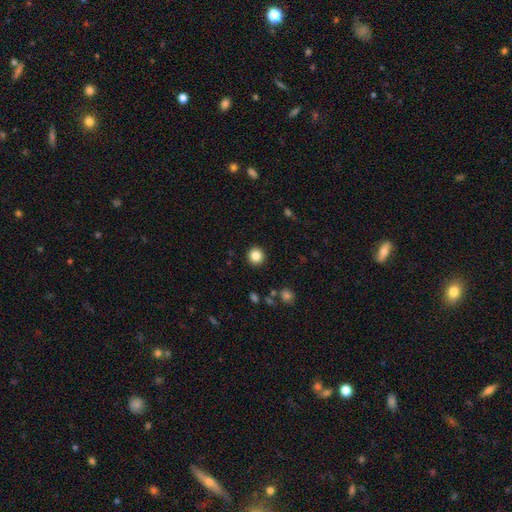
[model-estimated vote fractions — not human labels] The model was most divided on "smooth or featured": smooth: 85%, star or artifact: 11%, featured or disk: 5%. More confident: how rounded — round (94%); merging — none (92%).